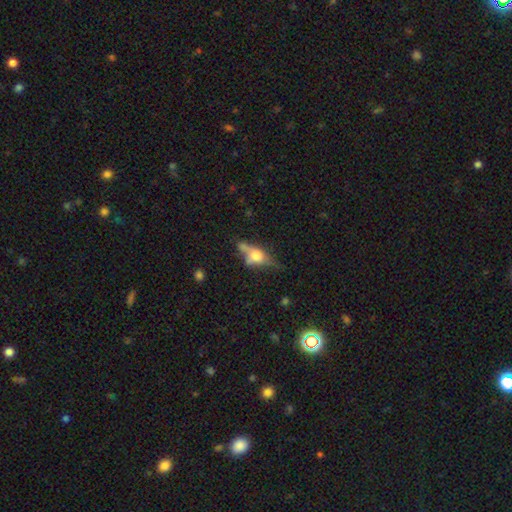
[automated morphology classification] A featured or disk galaxy (48%). Merging: none (50%).